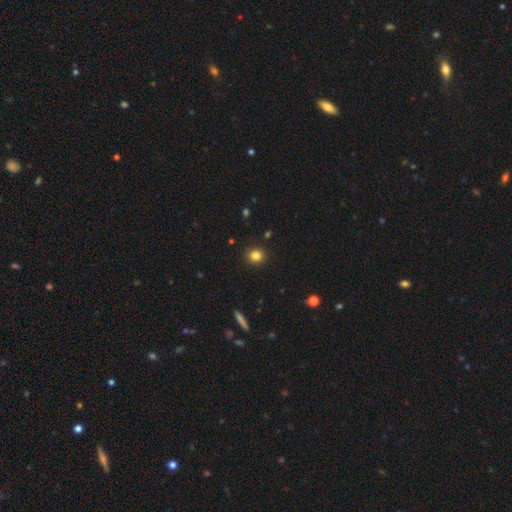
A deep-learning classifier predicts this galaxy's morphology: smooth 82%, star or artifact 12%, featured or disk 6%. Down the decision tree: how rounded — round (85%); merging — none (92%).